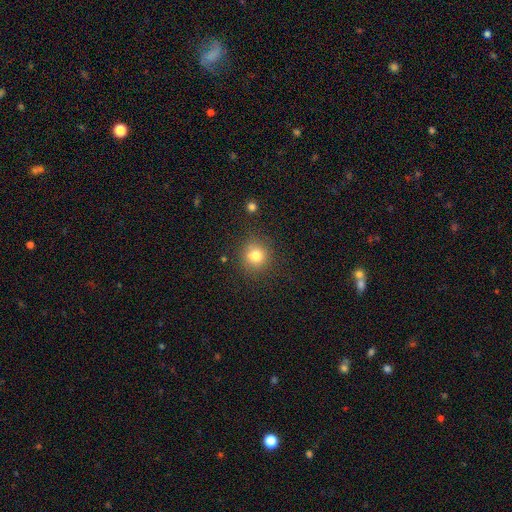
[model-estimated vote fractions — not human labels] The model was most divided on "smooth or featured": smooth: 79%, star or artifact: 13%, featured or disk: 8%. More confident: how rounded — round (90%); merging — none (85%).